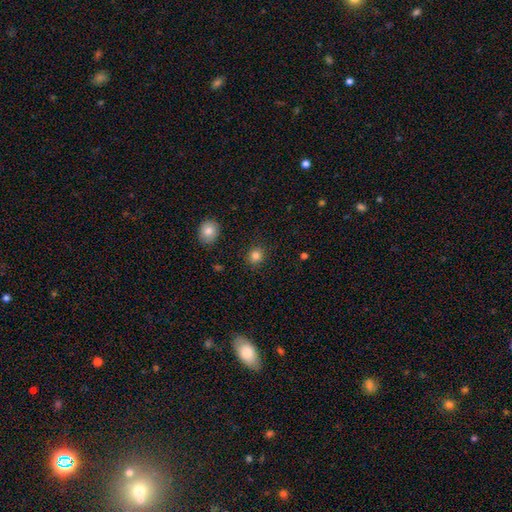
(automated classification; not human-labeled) smooth-or-featured: smooth: 84% | star or artifact: 12% | featured or disk: 4%
  how-rounded: round: 84% | in between: 15% | cigar-shaped: 1%
  merging: none: 89% | minor disturbance: 7% | major disturbance: 3% | merger: 1%